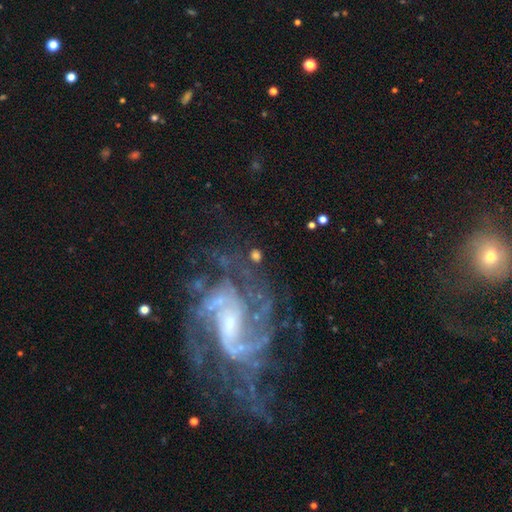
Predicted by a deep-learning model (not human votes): This appears to be a smooth galaxy with no disk features (43%). Merging: none (69%).